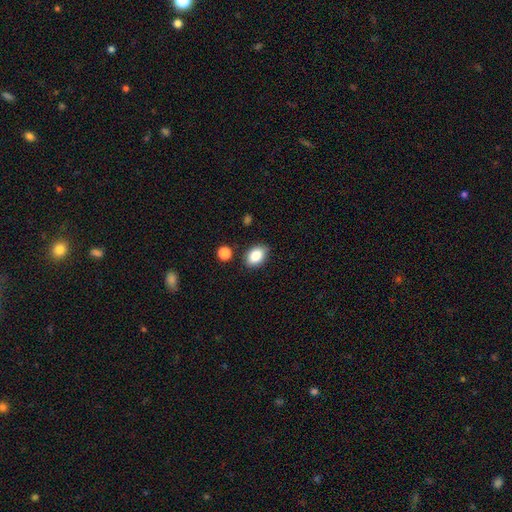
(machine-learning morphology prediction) A smooth galaxy with no disk features (86%) that is in between round and cigar-shaped (81%). Merging: none (81%).